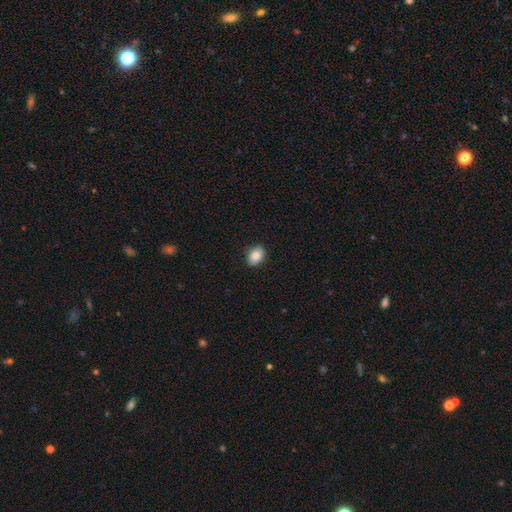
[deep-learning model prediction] Smooth or featured?
  - smooth: 87% *
  - star or artifact: 8%
  - featured or disk: 5%
How rounded?
  - in between: 82% *
  - round: 17%
  - cigar-shaped: 1%
Merging?
  - none: 88% *
  - minor disturbance: 9%
  - major disturbance: 2%
  - merger: 1%